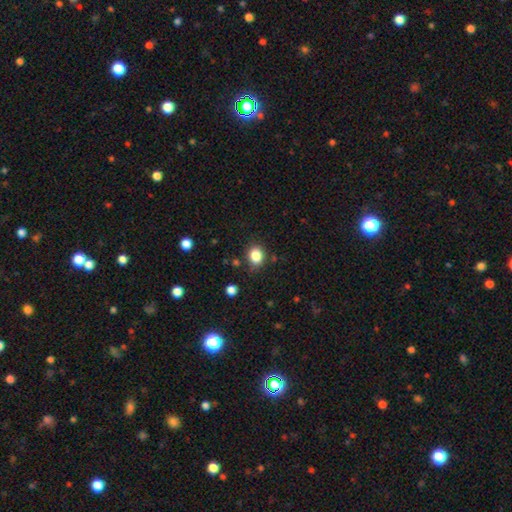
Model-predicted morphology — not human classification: Smooth or featured? Predicted: smooth (p=0.85). How rounded? Predicted: round (p=0.57). Merging? Predicted: none (p=0.81).